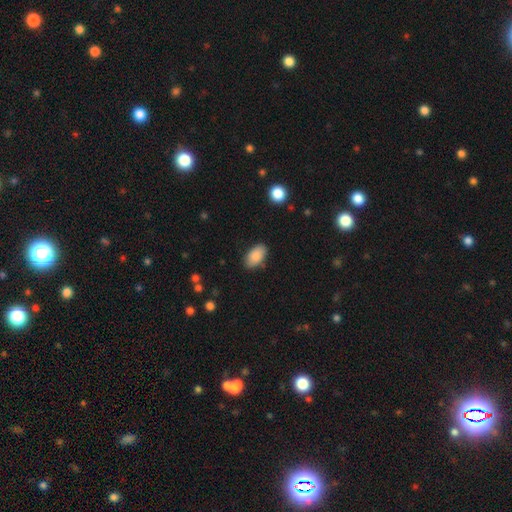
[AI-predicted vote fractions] A smooth galaxy with no disk features (88%) that is in between round and cigar-shaped (94%). Merging: none (84%).